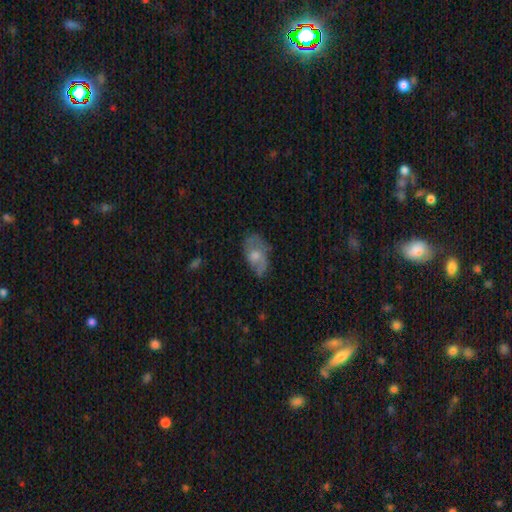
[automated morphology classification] Smooth or featured: featured or disk — 48% (smooth — 43%)
Merging: none — 58% (minor disturbance — 28%)